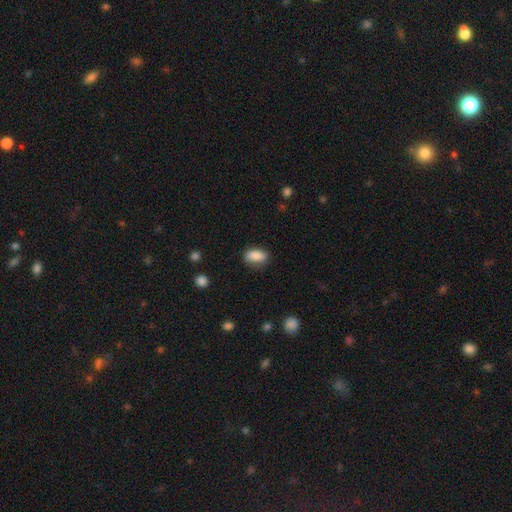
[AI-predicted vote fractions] Overall: smooth (85%). How rounded: in between (87%). Merging: none (77%).